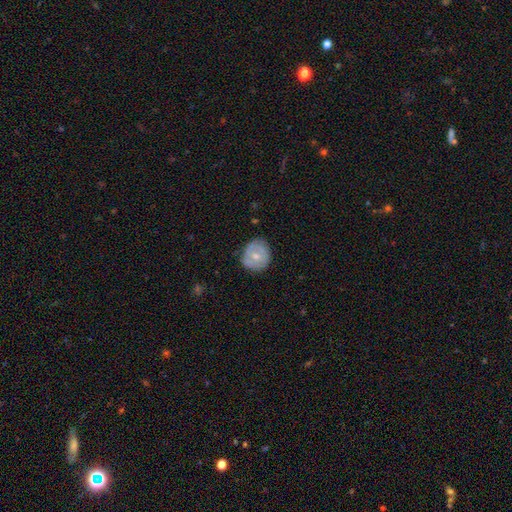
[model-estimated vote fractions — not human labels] A smooth galaxy with no disk features (52%) that is round (79%). Merging: none (69%).